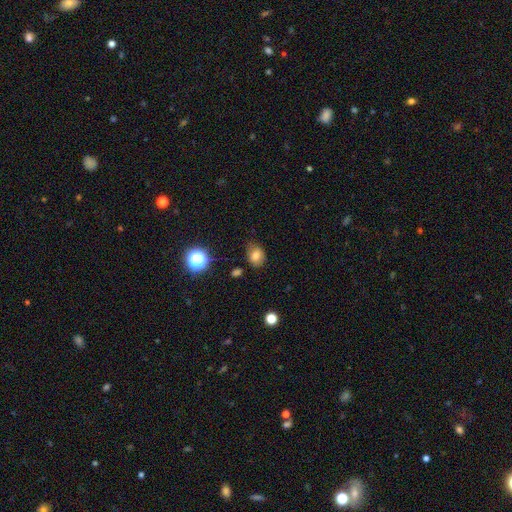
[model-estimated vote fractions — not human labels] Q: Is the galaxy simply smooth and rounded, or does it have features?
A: smooth — 73%.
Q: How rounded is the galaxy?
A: in between — 52%.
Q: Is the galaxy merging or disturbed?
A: none — 76%.